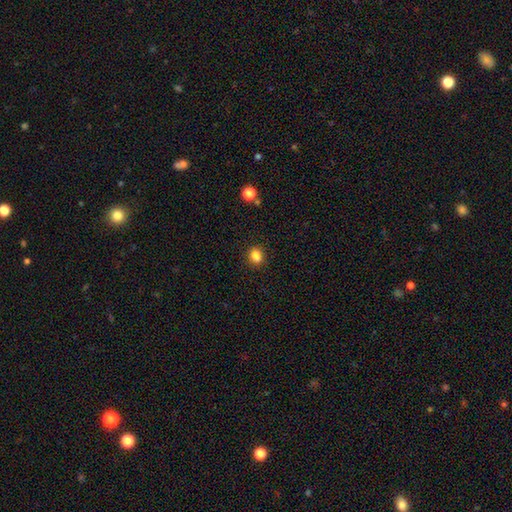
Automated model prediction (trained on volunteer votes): The model was most divided on "how rounded": in between: 50%, round: 48%, cigar-shaped: 1%. More confident: smooth or featured — smooth (83%); merging — none (75%).